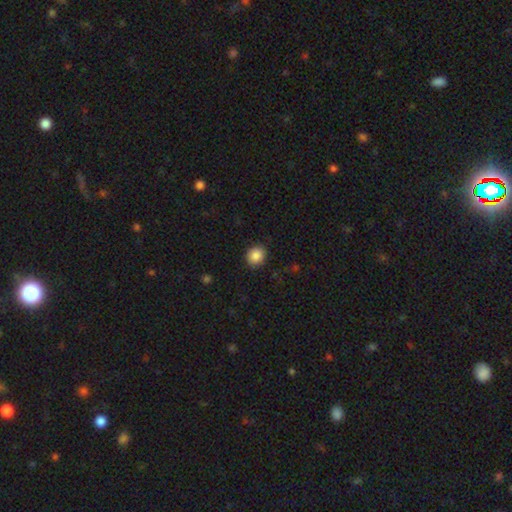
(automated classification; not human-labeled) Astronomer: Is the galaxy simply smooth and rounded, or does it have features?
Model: smooth — 87%.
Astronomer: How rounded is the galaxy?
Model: round — 77%.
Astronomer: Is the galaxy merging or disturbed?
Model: none — 90%.